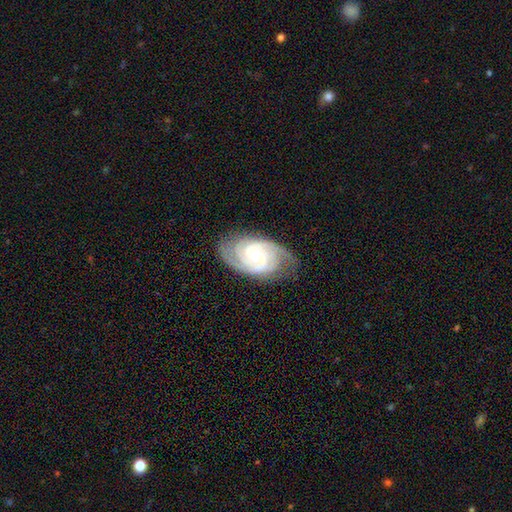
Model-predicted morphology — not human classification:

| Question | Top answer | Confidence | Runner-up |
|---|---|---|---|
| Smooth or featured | featured or disk | 91% | smooth (4%) |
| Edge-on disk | no | 97% | yes (3%) |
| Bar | weak | 44% | no (40%) |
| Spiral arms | yes | 98% | no (2%) |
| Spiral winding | tight | 69% | medium (27%) |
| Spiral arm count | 3 | 36% | 2 (30%) |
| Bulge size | small | 49% | moderate (48%) |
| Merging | none | 79% | minor disturbance (16%) |